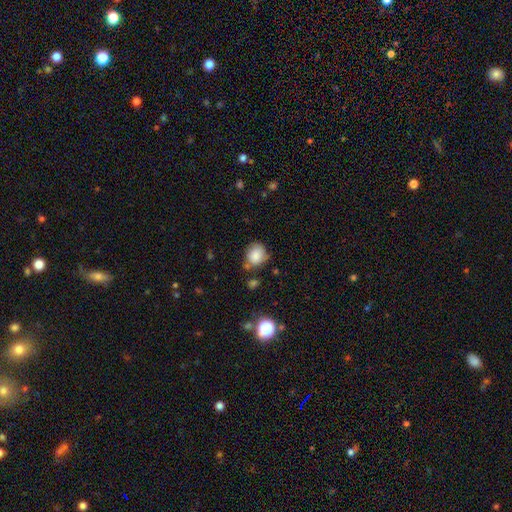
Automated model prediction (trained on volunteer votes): smooth 83%, star or artifact 9%, featured or disk 8%. Down the decision tree: how rounded — round (67%); merging — none (60%).